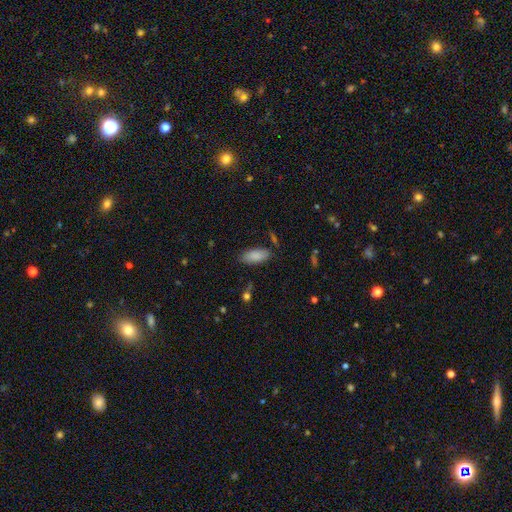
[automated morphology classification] Smooth or featured? smooth (87%)
How rounded? in between (85%)
Merging? none (82%)